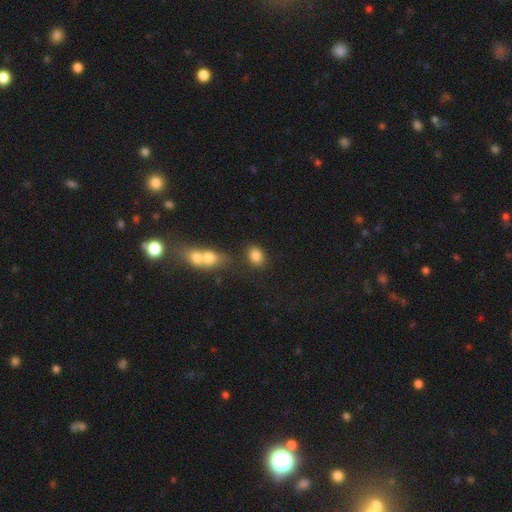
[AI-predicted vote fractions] The model was most divided on "how rounded": in between: 61%, round: 37%, cigar-shaped: 2%. More confident: smooth or featured — smooth (83%); merging — none (72%).